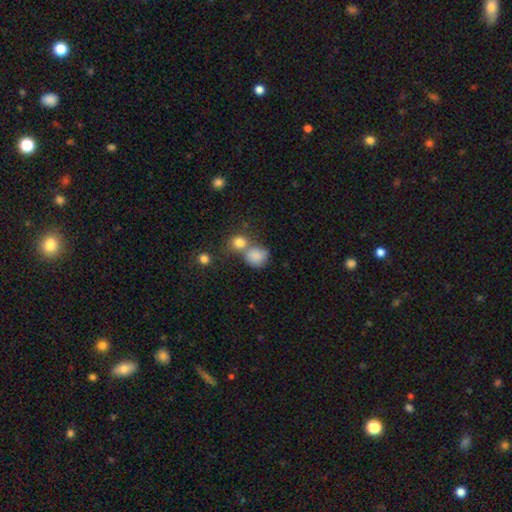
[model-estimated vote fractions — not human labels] Smooth or featured? smooth (83%)
How rounded? round (72%)
Merging? none (41%)